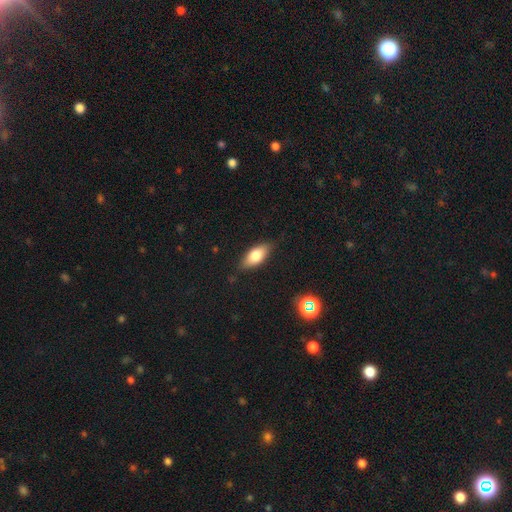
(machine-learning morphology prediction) type=smooth (75%); roundness=in between (85%); merging=none (82%).